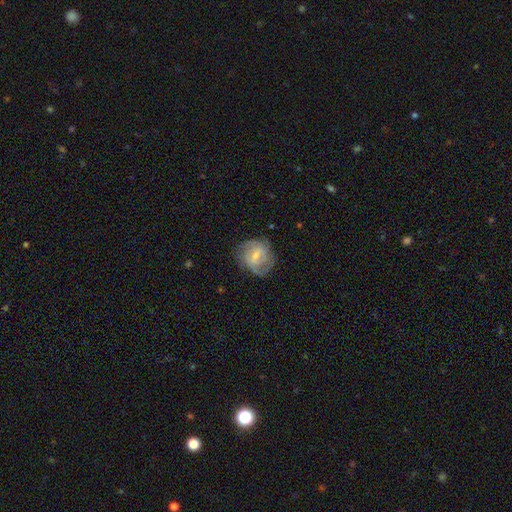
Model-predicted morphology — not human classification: Smooth or featured? Predicted: featured or disk (p=0.63). Edge-on disk? Predicted: no (p=0.97). Bar? Predicted: weak (p=0.56). Spiral arms? Predicted: yes (p=0.78). Bulge size? Predicted: small (p=0.54). Merging? Predicted: none (p=0.62).